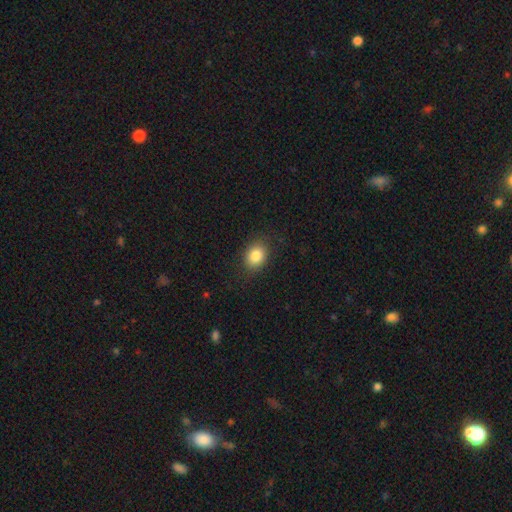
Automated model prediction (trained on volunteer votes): Morphology: type=smooth (84%); roundness=in between (59%); merging=none (84%).